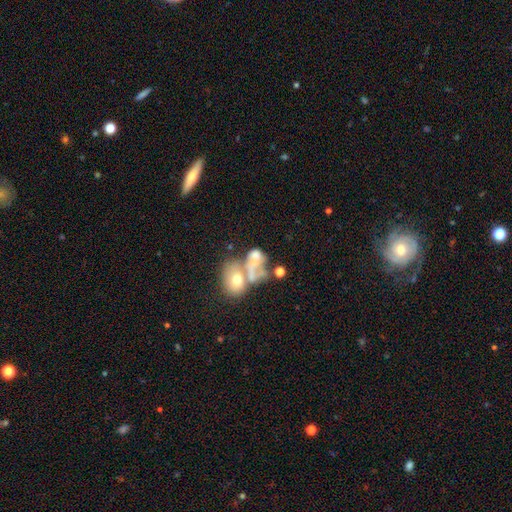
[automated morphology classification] Q: Smooth or featured?
A: smooth (48%); runner-up: featured or disk (38%)
Q: Merging?
A: merger (57%); runner-up: major disturbance (23%)